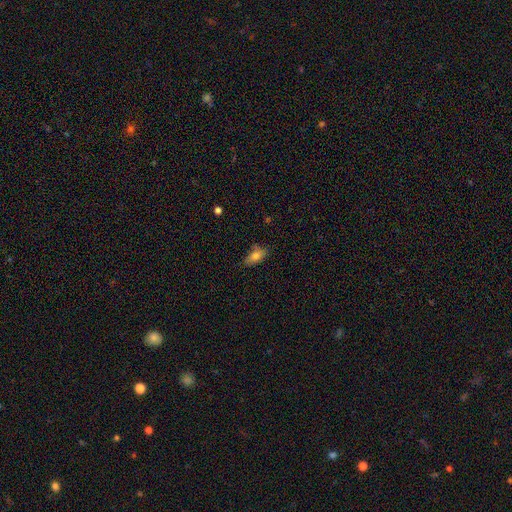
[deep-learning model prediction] smooth_or_featured: smooth (p=0.73) [alt: featured or disk p=0.18]
how_rounded: in between (p=0.83) [alt: cigar-shaped p=0.12]
merging: none (p=0.74) [alt: minor disturbance p=0.20]